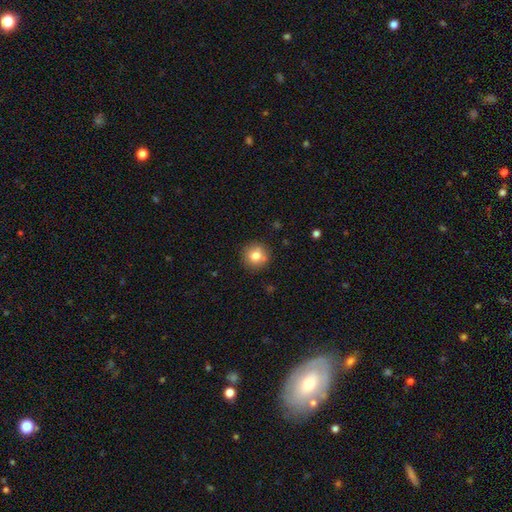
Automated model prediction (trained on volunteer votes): Smooth or featured: smooth — 79% (star or artifact — 10%)
How rounded: round — 93% (in between — 6%)
Merging: none — 89% (minor disturbance — 8%)